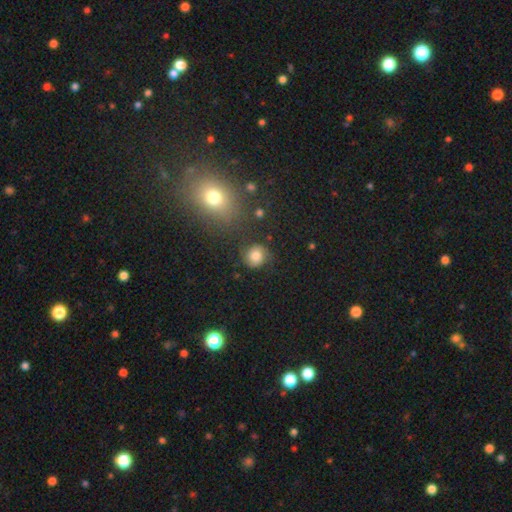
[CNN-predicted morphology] This is likely a smooth galaxy (67%). How rounded: clearly round (82%). Merging: likely none (69%).